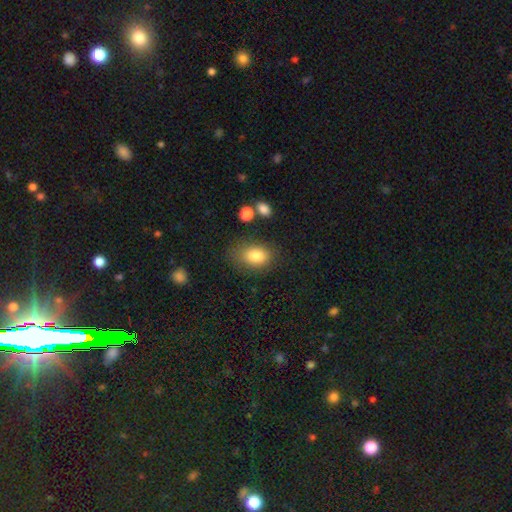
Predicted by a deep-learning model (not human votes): This appears to be a smooth galaxy with no disk features (83%) that is in between round and cigar-shaped (79%). Merging: none (72%).